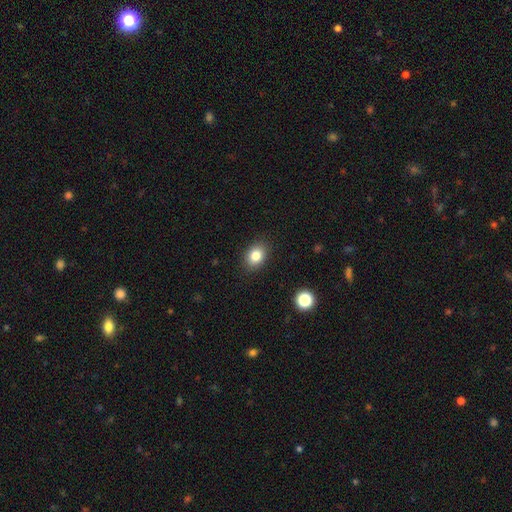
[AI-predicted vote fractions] smooth 83%, star or artifact 10%, featured or disk 7%. Down the decision tree: how rounded — in between (64%); merging — none (88%).